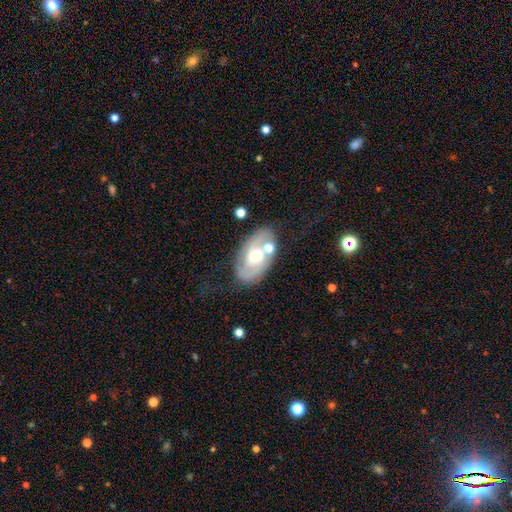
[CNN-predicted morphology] The model was most divided on "spiral winding": medium: 44%, tight: 37%, loose: 19%. More confident: edge-on disk — no (95%); spiral arms — yes (82%); spiral arm count — 2 (74%); smooth or featured — featured or disk (70%); bar — no (65%); merging — none (62%); bulge size — moderate (58%).